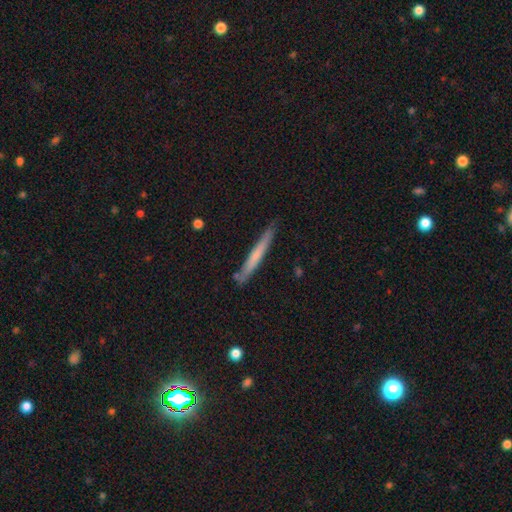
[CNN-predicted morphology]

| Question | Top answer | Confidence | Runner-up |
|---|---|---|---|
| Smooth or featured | smooth | 57% | featured or disk (37%) |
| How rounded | cigar-shaped | 96% | in between (2%) |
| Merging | none | 83% | minor disturbance (12%) |